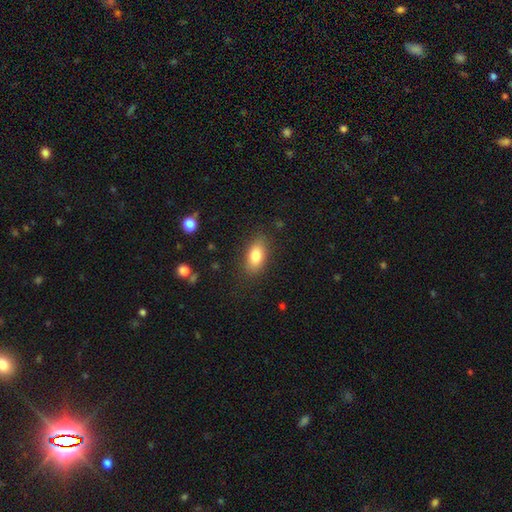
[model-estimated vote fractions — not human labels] A smooth galaxy with no disk features (82%) that is in between round and cigar-shaped (89%). Merging: none (83%).